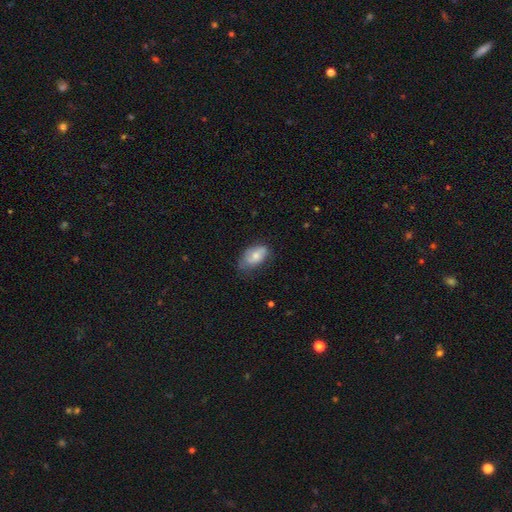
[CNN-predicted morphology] Smooth or featured? Predicted: smooth (p=0.72). How rounded? Predicted: in between (p=0.92). Merging? Predicted: none (p=0.56).